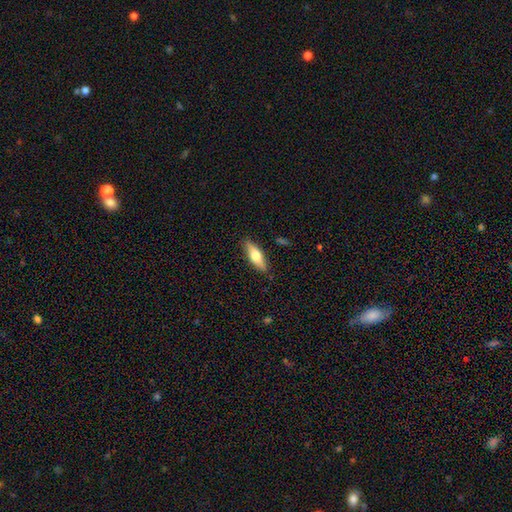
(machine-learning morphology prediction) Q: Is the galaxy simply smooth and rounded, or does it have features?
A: smooth — 58%.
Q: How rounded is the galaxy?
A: in between — 52%.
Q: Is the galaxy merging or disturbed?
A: none — 87%.